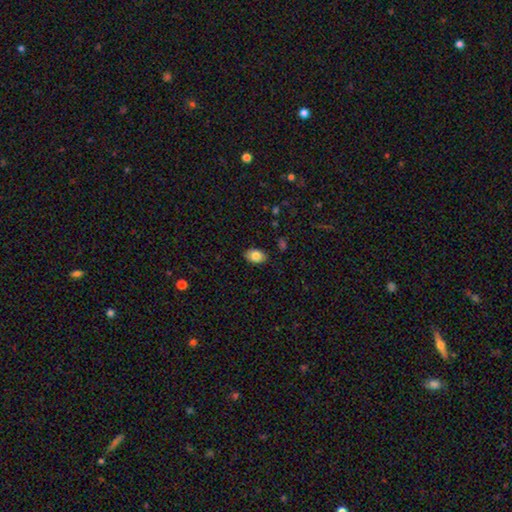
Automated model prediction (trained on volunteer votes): smooth-or-featured: smooth: 82% | featured or disk: 10% | star or artifact: 8%
  how-rounded: in between: 88% | round: 10% | cigar-shaped: 1%
  merging: none: 86% | minor disturbance: 11% | major disturbance: 2% | merger: 1%